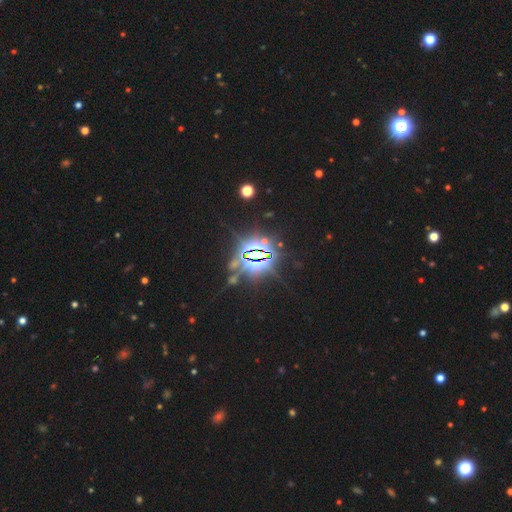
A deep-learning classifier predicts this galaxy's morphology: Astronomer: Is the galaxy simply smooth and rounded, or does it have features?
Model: star or artifact — 86%.